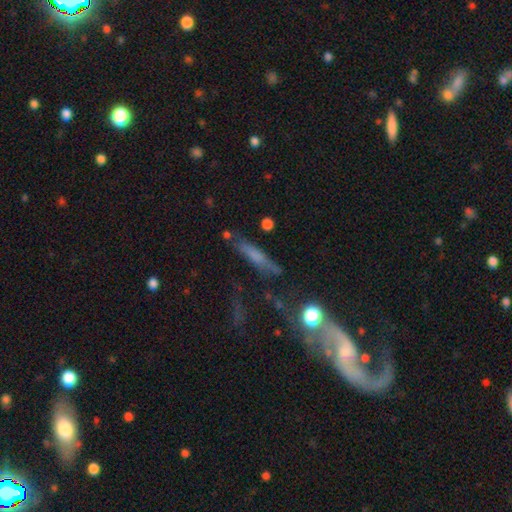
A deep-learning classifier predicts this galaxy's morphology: type=smooth (51%); roundness=cigar-shaped (80%); merging=none (69%).